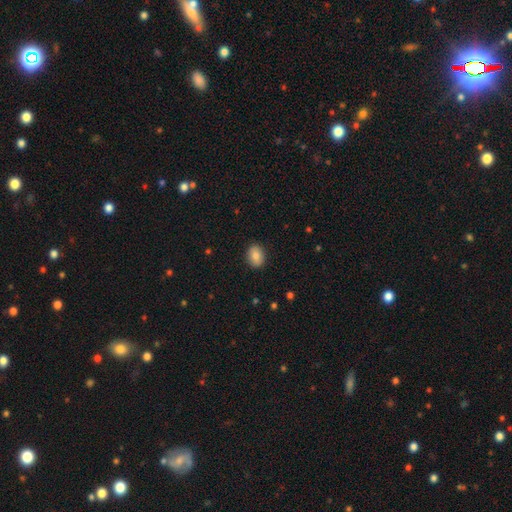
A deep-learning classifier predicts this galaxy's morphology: This is clearly a smooth galaxy (83%). How rounded: likely in between (62%). Merging: clearly none (89%).